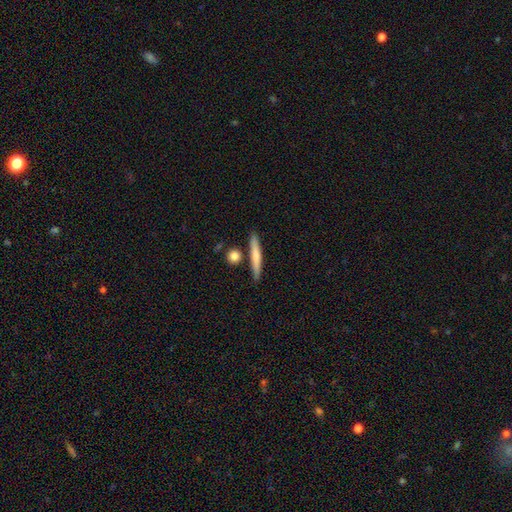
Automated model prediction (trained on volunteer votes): Overall: smooth (68%). How rounded: cigar-shaped (91%). Merging: none (81%).